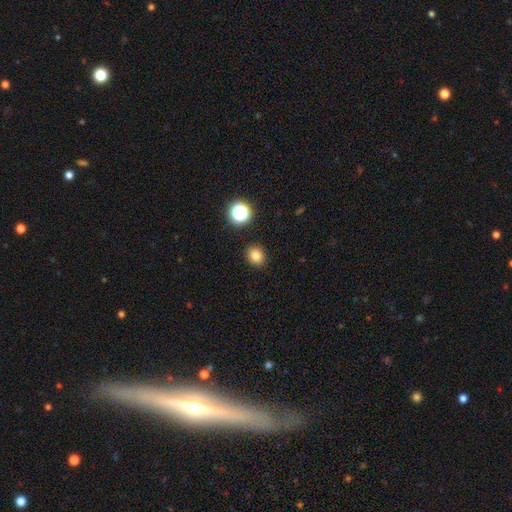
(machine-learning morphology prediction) This appears to be a smooth galaxy with no disk features (81%) that is round (75%). Merging: none (90%).